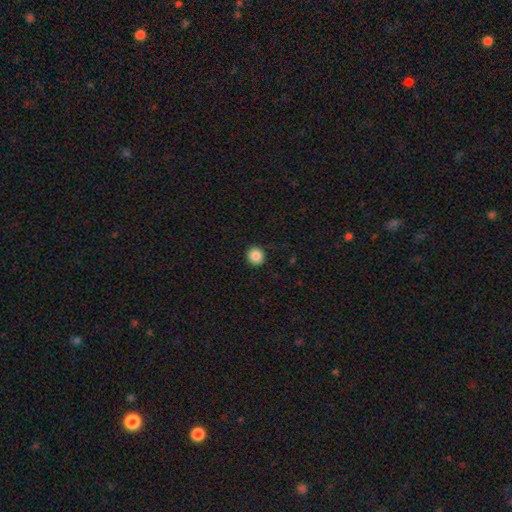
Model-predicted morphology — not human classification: A smooth galaxy with no disk features (87%) that is round (92%).

Vote fractions:
- Smooth or featured? smooth: 87% / star or artifact: 9% / featured or disk: 4%
- How rounded? round: 92% / in between: 7% / cigar-shaped: 1%
- Merging? none: 91% / minor disturbance: 6% / major disturbance: 2% / merger: 1%